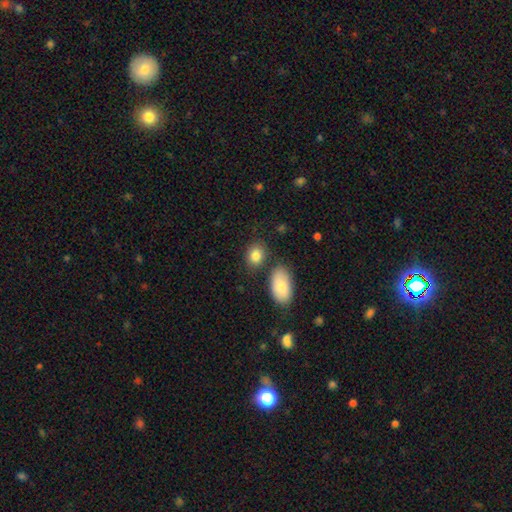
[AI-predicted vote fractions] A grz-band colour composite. It shows a smooth galaxy with no disk features (84%) that is in between round and cigar-shaped (66%). Merging: none (72%).